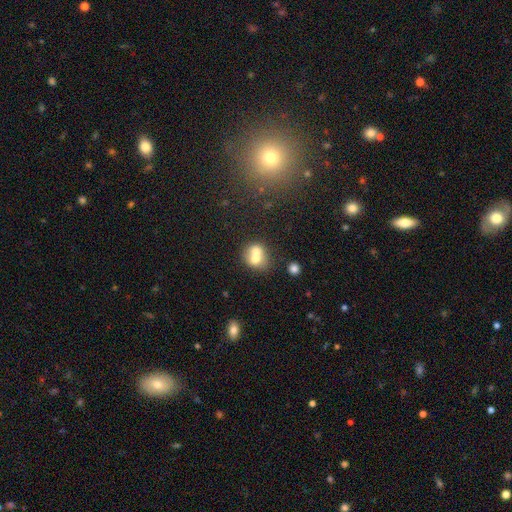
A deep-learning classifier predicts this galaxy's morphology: Smooth or featured? smooth (65%)
How rounded? round (67%)
Merging? merger (65%)